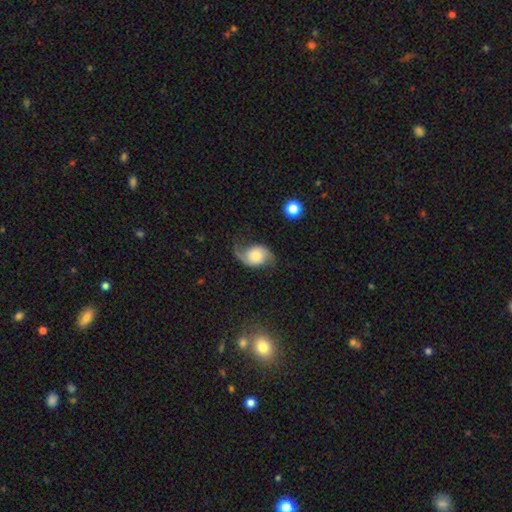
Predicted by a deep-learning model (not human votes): featured or disk 63%, smooth 29%, star or artifact 8%. Down the decision tree: edge-on disk — no (97%); bar — no (74%); spiral arms — yes (92%); spiral arm count — 2 (82%); spiral winding — loose (66%); bulge size — moderate (44%); merging — none (51%).